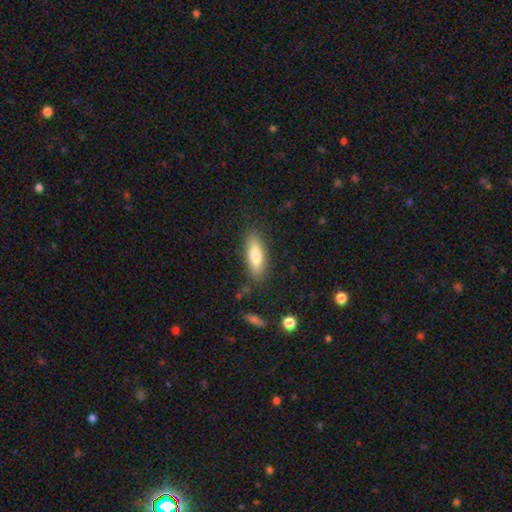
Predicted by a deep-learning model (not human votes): smooth_or_featured: smooth (p=0.74) [alt: featured or disk p=0.20]
how_rounded: in between (p=0.55) [alt: cigar-shaped p=0.43]
merging: none (p=0.84) [alt: minor disturbance p=0.11]